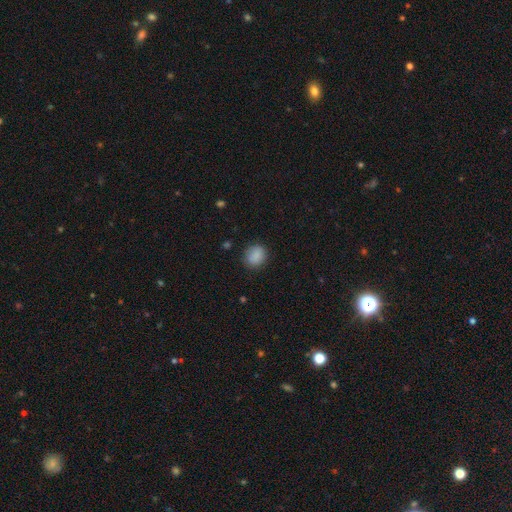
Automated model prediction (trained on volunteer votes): Smooth or featured?
  - smooth: 87% *
  - star or artifact: 9%
  - featured or disk: 4%
How rounded?
  - round: 65% *
  - in between: 34%
  - cigar-shaped: 1%
Merging?
  - none: 84% *
  - minor disturbance: 12%
  - major disturbance: 3%
  - merger: 1%